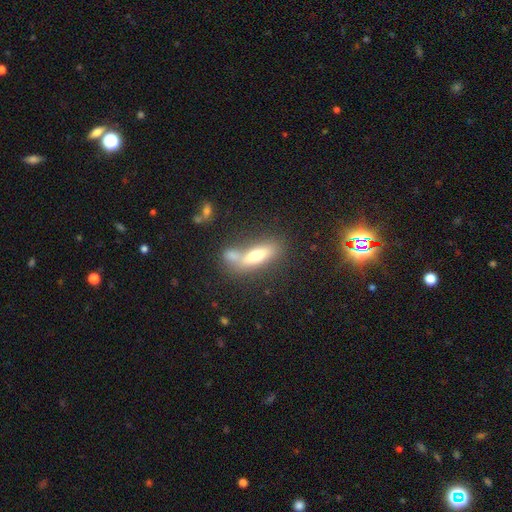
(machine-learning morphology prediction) This is likely a smooth galaxy (61%). How rounded: possibly in between (51%). Merging: possibly none (47%).